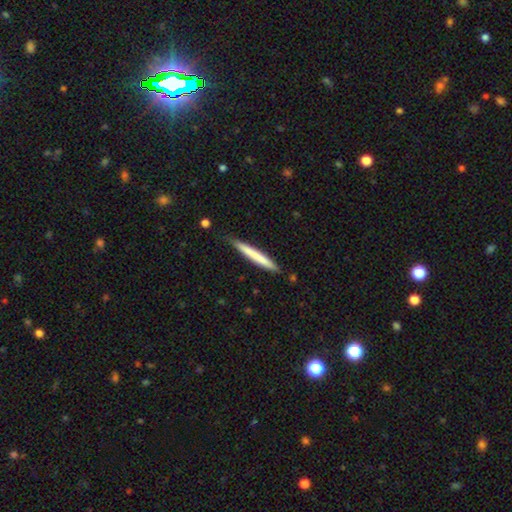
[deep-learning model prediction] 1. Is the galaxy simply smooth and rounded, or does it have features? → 69% smooth, 26% featured or disk, 5% star or artifact.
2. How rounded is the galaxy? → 97% cigar-shaped, 2% in between, 1% round.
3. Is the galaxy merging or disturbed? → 85% none, 11% minor disturbance, 2% merger, 2% major disturbance.